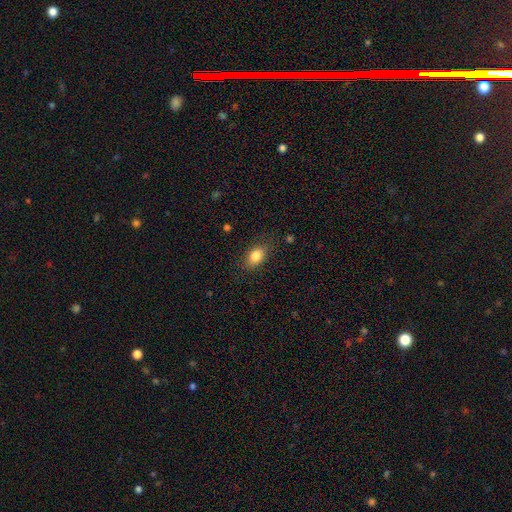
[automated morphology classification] The model was most divided on "merging": none: 81%, minor disturbance: 14%, major disturbance: 4%, merger: 1%. More confident: how rounded — in between (85%); smooth or featured — smooth (83%).